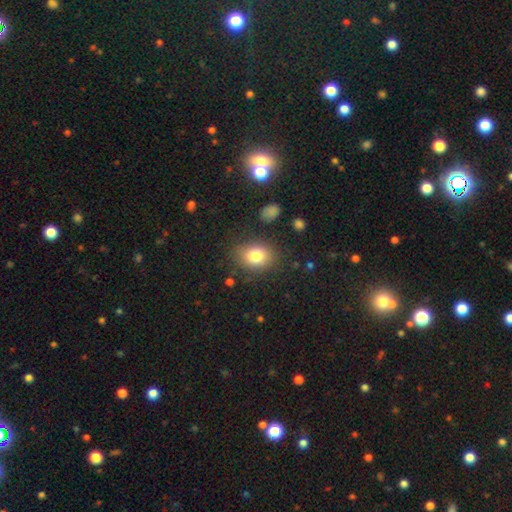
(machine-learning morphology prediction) Smooth or featured?
  - smooth: 80% *
  - featured or disk: 10%
  - star or artifact: 10%
How rounded?
  - in between: 60% *
  - round: 39%
  - cigar-shaped: 1%
Merging?
  - none: 82% *
  - minor disturbance: 12%
  - major disturbance: 4%
  - merger: 2%